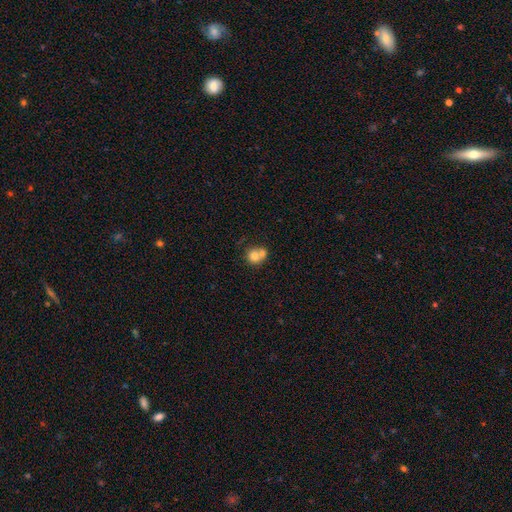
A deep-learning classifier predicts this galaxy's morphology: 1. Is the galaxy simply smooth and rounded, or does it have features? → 75% smooth, 16% featured or disk, 10% star or artifact.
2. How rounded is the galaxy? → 82% round, 17% in between, 1% cigar-shaped.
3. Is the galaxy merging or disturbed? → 56% merger, 34% none, 7% minor disturbance, 3% major disturbance.